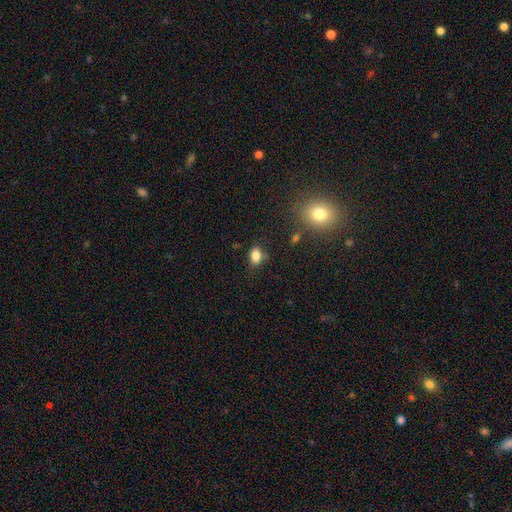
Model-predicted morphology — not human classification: Smooth or featured?
  - smooth: 83% *
  - star or artifact: 11%
  - featured or disk: 6%
How rounded?
  - in between: 80% *
  - round: 18%
  - cigar-shaped: 2%
Merging?
  - none: 73% *
  - minor disturbance: 18%
  - major disturbance: 4%
  - merger: 4%